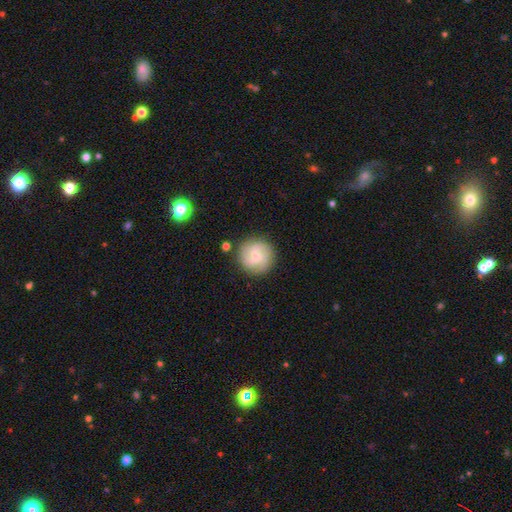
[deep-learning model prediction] Overall: smooth (54%; featured or disk 38%). How rounded: round (95%). Merging: none (84%).